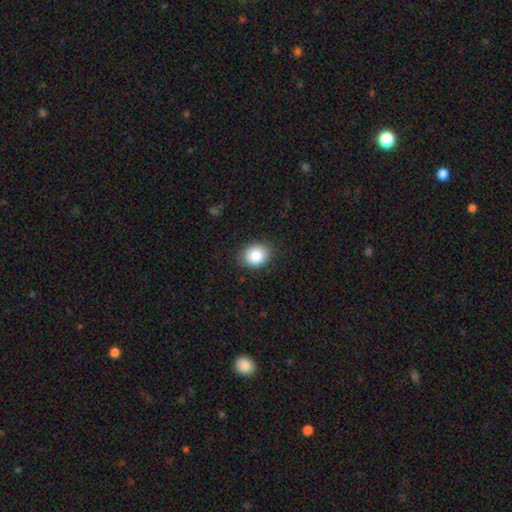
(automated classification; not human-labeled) Smooth or featured? Predicted: smooth (p=0.86). How rounded? Predicted: round (p=0.56). Merging? Predicted: none (p=0.87).